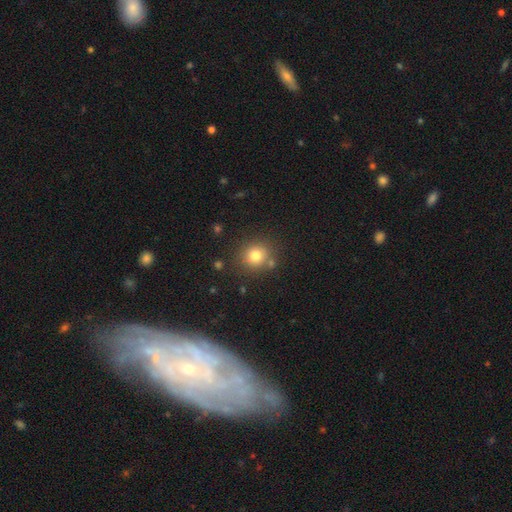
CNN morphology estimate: smooth-or-featured: smooth: 78% | star or artifact: 13% | featured or disk: 9%
  how-rounded: round: 85% | in between: 14% | cigar-shaped: 1%
  merging: none: 79% | minor disturbance: 10% | merger: 8% | major disturbance: 3%